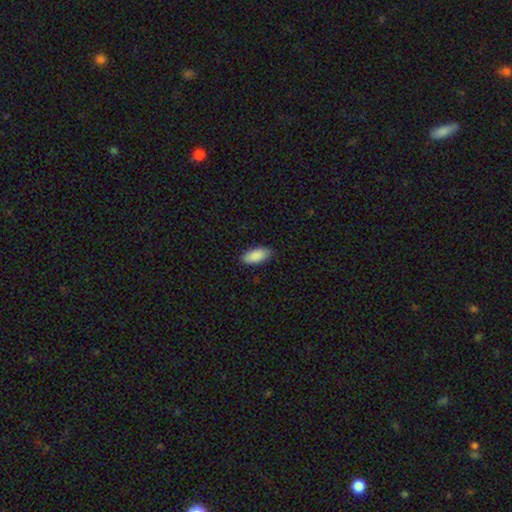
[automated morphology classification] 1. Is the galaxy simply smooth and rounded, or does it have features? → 90% smooth, 6% star or artifact, 4% featured or disk.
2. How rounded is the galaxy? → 91% in between, 7% cigar-shaped, 2% round.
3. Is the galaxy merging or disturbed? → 84% none, 13% minor disturbance, 2% major disturbance, 1% merger.